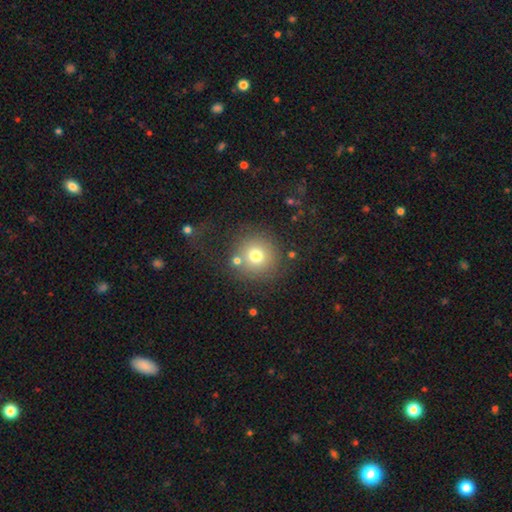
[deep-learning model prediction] Overall: smooth (73%). How rounded: round (93%). Merging: none (73%).